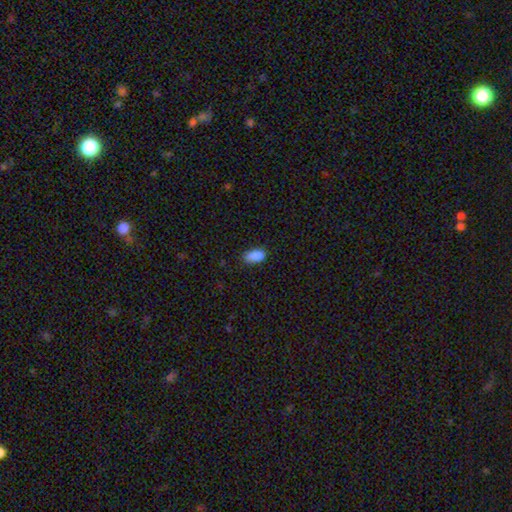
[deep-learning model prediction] This appears to be a smooth galaxy with no disk features (88%) that is in between round and cigar-shaped (91%). Merging: none (76%).